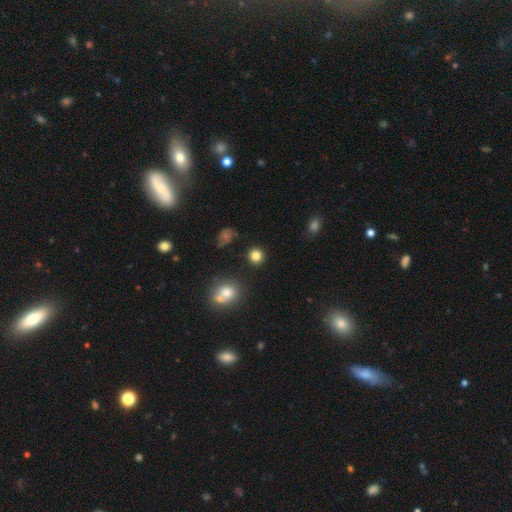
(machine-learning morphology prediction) Overall: smooth (81%). How rounded: round (91%). Merging: none (86%).